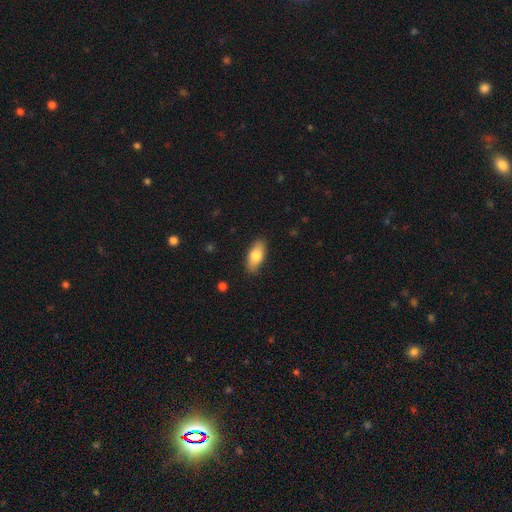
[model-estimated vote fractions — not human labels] smooth 77%, featured or disk 17%, star or artifact 6%. Down the decision tree: how rounded — in between (85%); merging — none (87%).